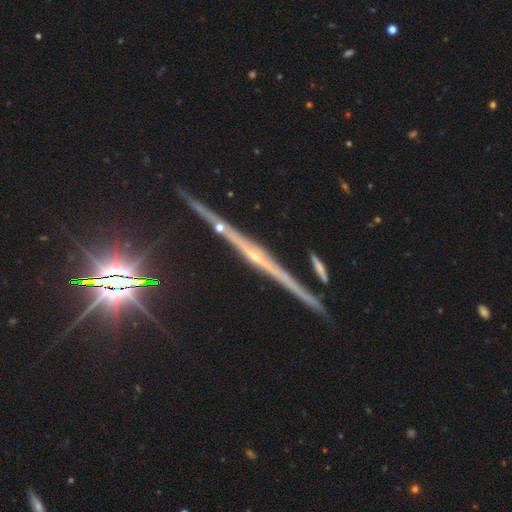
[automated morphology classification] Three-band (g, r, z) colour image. It shows a featured or disk galaxy (78%) viewed edge-on (97%) with a rounded central bulge (54%). Merging: none (83%).